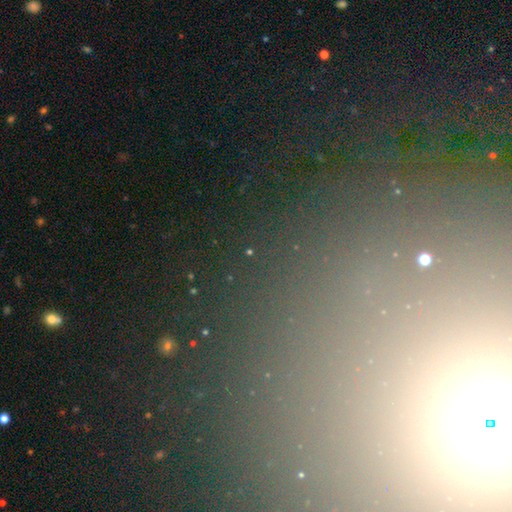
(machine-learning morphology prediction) Smooth or featured? star or artifact (67%)